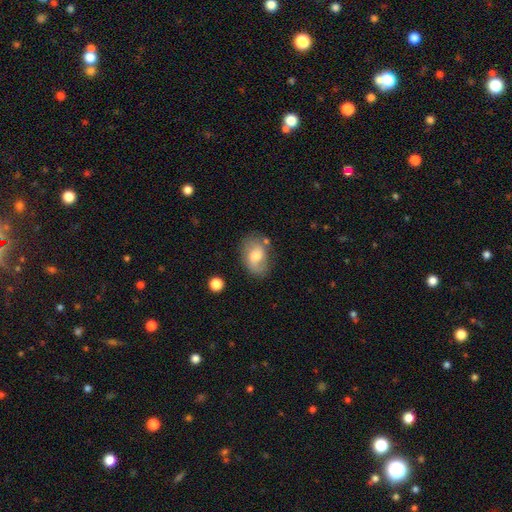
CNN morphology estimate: Smooth or featured: smooth — 54% (featured or disk — 38%)
How rounded: in between — 79% (round — 20%)
Merging: none — 60% (minor disturbance — 25%)